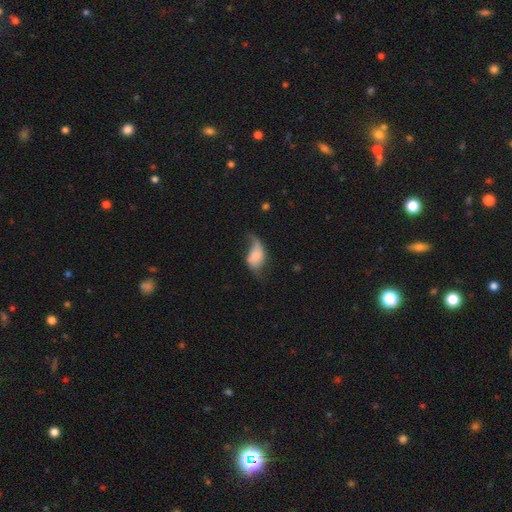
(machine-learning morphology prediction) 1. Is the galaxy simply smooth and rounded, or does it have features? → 46% smooth (tied), 46% featured or disk (tied), 8% star or artifact.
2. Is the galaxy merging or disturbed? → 35% major disturbance, 31% minor disturbance, 29% none, 4% merger.